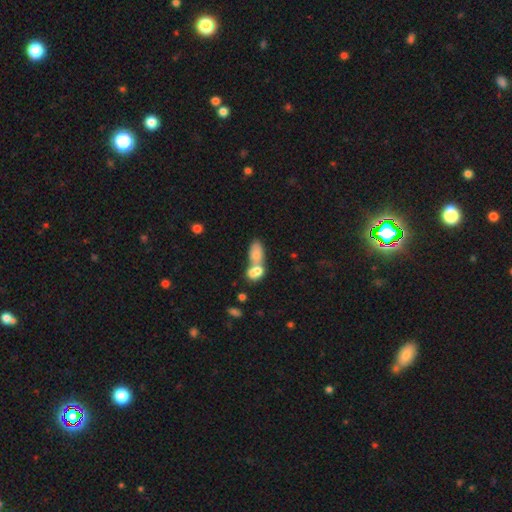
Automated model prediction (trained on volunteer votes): This appears to be a smooth galaxy with no disk features (68%) that is in between round and cigar-shaped (75%). Merging: merger (63%).